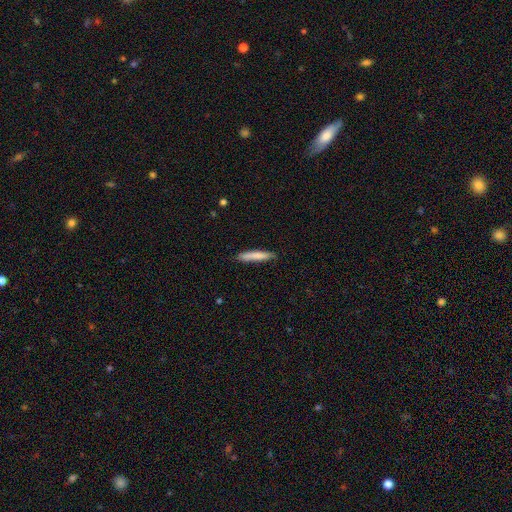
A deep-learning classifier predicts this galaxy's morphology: smooth 78%, featured or disk 16%, star or artifact 6%. Down the decision tree: how rounded — cigar-shaped (92%); merging — none (83%).